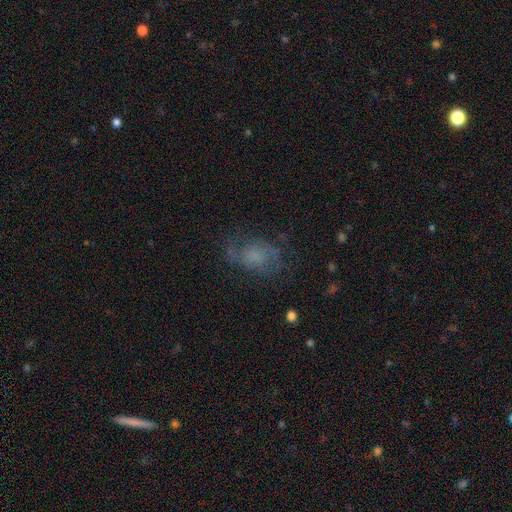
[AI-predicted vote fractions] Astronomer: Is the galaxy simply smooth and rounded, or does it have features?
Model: featured or disk — 44% (runner-up: smooth, 41%).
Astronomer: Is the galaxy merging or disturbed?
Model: none — 55%.